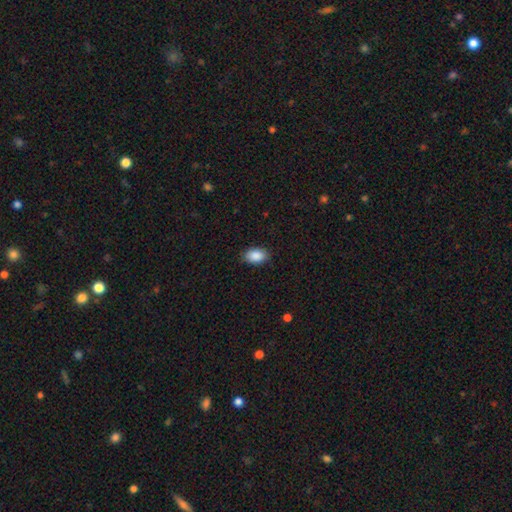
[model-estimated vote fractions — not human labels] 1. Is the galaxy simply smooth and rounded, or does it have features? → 89% smooth, 7% star or artifact, 4% featured or disk.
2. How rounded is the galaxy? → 90% in between, 9% round, 1% cigar-shaped.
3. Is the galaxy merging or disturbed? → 87% none, 10% minor disturbance, 2% major disturbance, 1% merger.